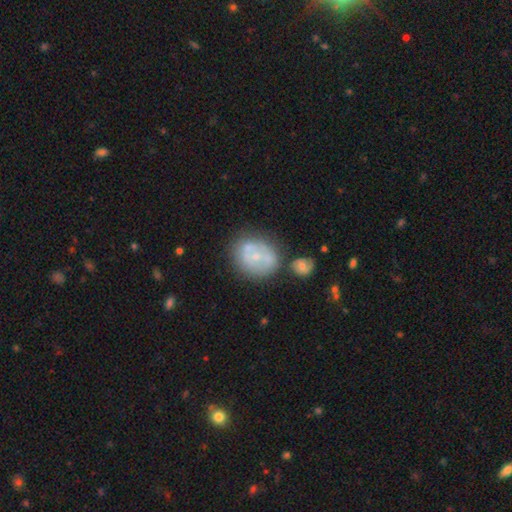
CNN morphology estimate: type=featured or disk (48%); merging=none (50%).